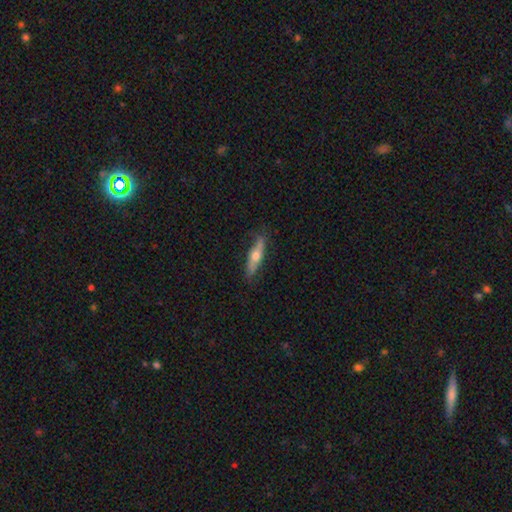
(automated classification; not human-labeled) Smooth or featured?
  - featured or disk: 50% *
  - smooth: 45%
  - star or artifact: 6%
Merging?
  - none: 81% *
  - minor disturbance: 15%
  - major disturbance: 3%
  - merger: 1%